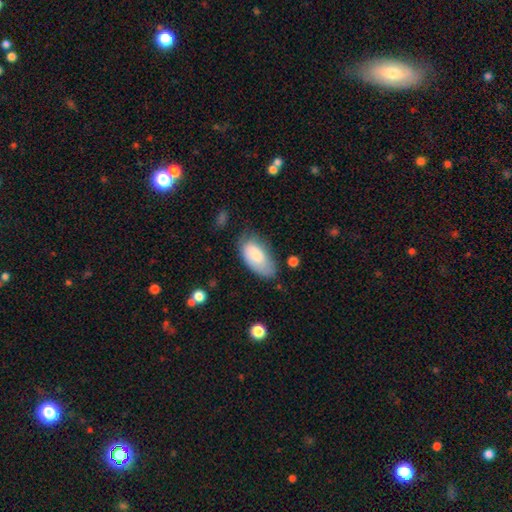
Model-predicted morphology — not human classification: Smooth or featured? smooth (78%)
How rounded? in between (94%)
Merging? none (57%)